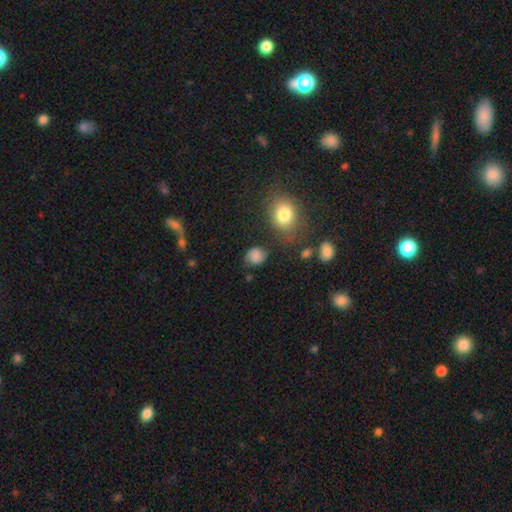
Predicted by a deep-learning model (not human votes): A smooth galaxy with no disk features (77%) that is round (67%). Merging: none (68%).